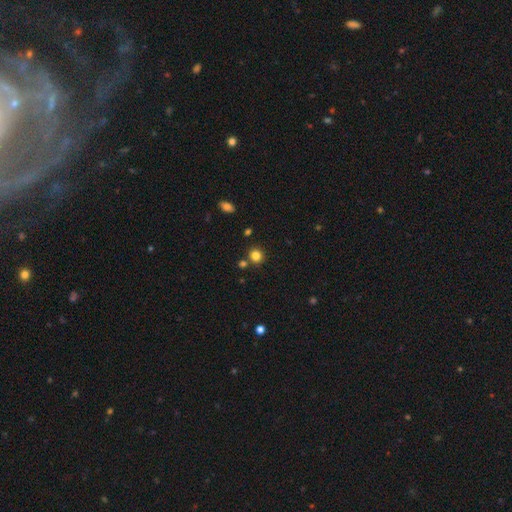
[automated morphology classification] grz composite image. It shows a smooth galaxy with no disk features (82%) that is round (90%). Merging: none (81%).